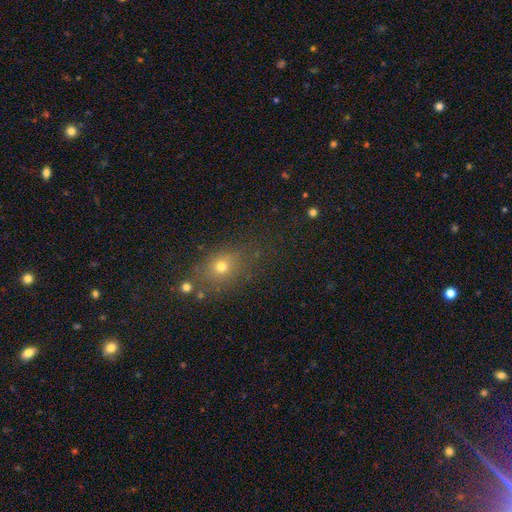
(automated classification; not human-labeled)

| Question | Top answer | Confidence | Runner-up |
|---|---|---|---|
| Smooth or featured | smooth | 53% | star or artifact (34%) |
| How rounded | in between | 48% | round (46%) |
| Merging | none | 73% | minor disturbance (14%) |